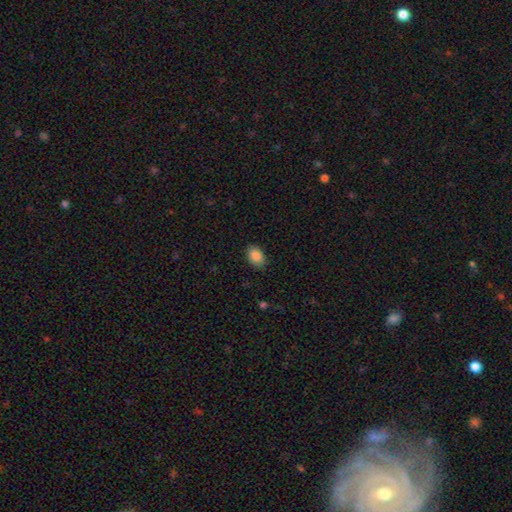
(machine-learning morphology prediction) Smooth or featured: smooth — 88% (star or artifact — 8%)
How rounded: in between — 84% (round — 15%)
Merging: none — 86% (minor disturbance — 11%)